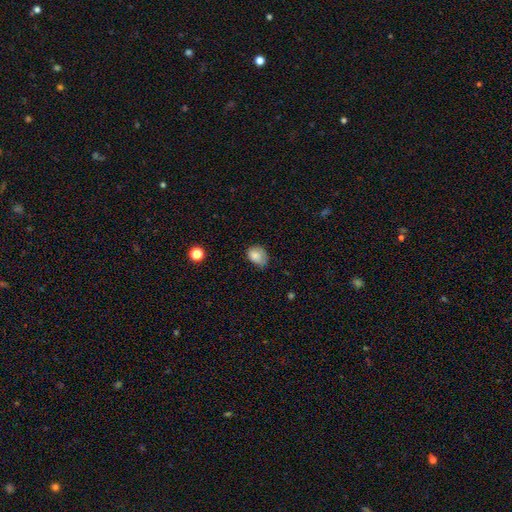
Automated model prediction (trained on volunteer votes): The model was most divided on "merging": none: 46%, minor disturbance: 39%, major disturbance: 13%, merger: 2%. More confident: smooth or featured — smooth (80%); how rounded — in between (61%).